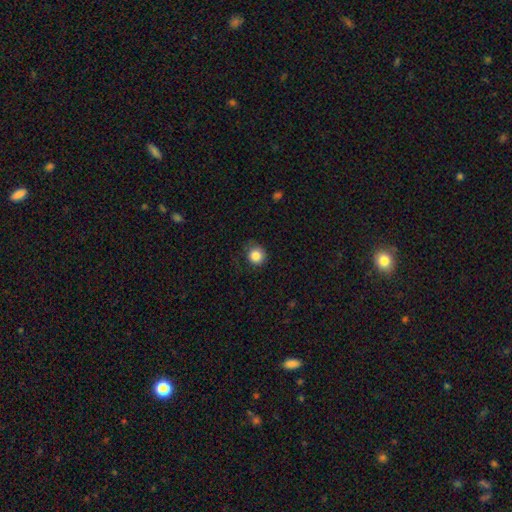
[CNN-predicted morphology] Overall: smooth (85%). How rounded: round (91%). Merging: none (75%).